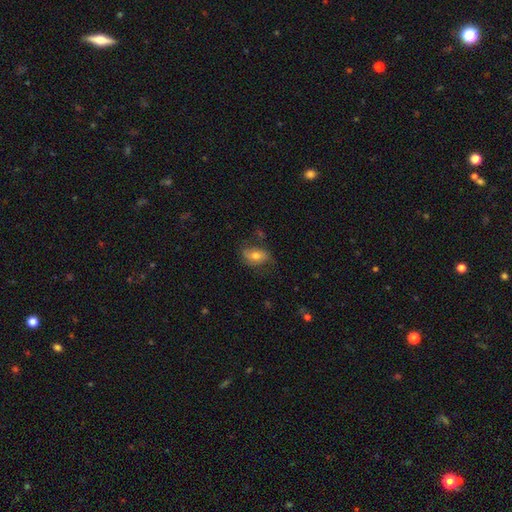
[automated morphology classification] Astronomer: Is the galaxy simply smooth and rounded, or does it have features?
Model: smooth — 57% (runner-up: featured or disk, 34%).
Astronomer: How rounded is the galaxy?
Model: in between — 83%.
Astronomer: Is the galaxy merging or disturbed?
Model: none — 63%.